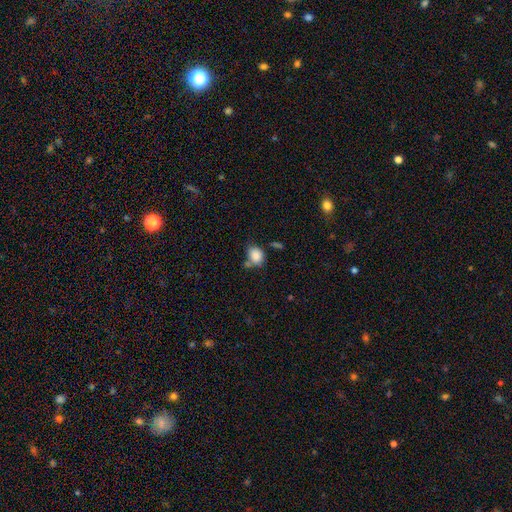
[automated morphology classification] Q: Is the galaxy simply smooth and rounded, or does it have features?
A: smooth — 85%.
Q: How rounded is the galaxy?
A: in between — 54%.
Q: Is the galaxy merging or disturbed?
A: none — 57%.